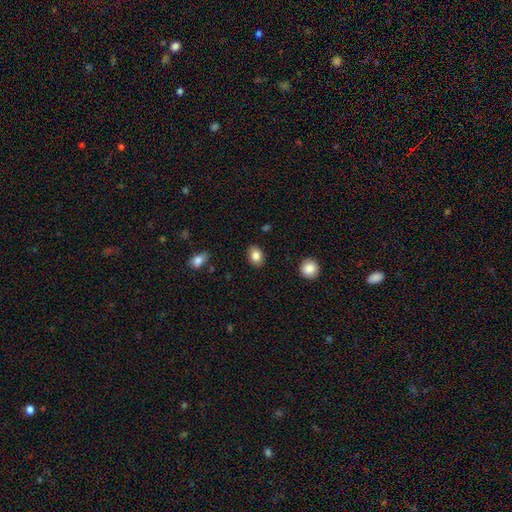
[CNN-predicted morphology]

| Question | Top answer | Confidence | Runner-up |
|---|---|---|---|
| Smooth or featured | smooth | 85% | star or artifact (9%) |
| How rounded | in between | 71% | round (27%) |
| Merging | none | 87% | minor disturbance (9%) |